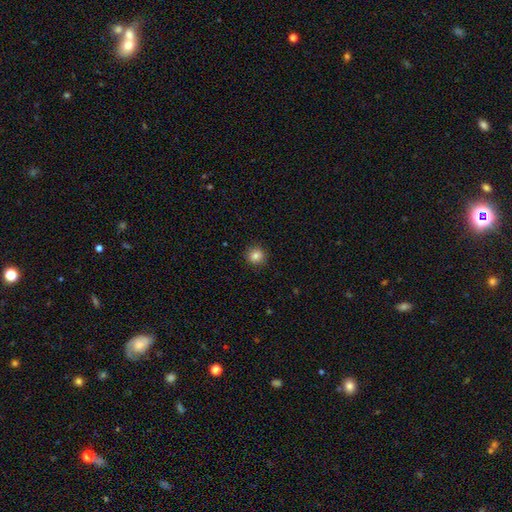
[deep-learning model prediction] Morphology: type=smooth (84%); roundness=round (92%); merging=none (91%).